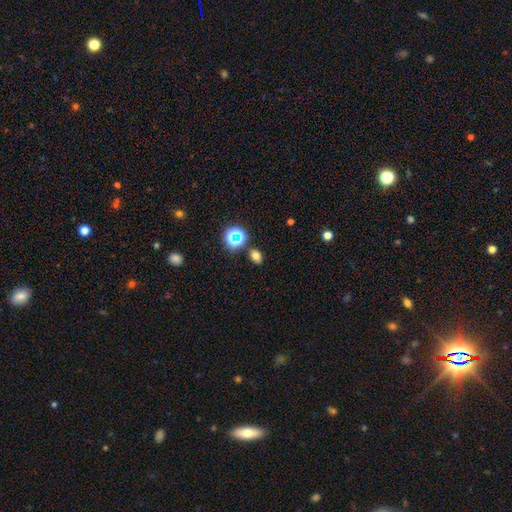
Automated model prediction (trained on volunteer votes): A smooth galaxy with no disk features (70%) that is in between round and cigar-shaped (69%).

Vote fractions:
- Smooth or featured? smooth: 70% / star or artifact: 22% / featured or disk: 8%
- How rounded? in between: 69% / round: 30% / cigar-shaped: 1%
- Merging? none: 83% / minor disturbance: 9% / merger: 5% / major disturbance: 3%